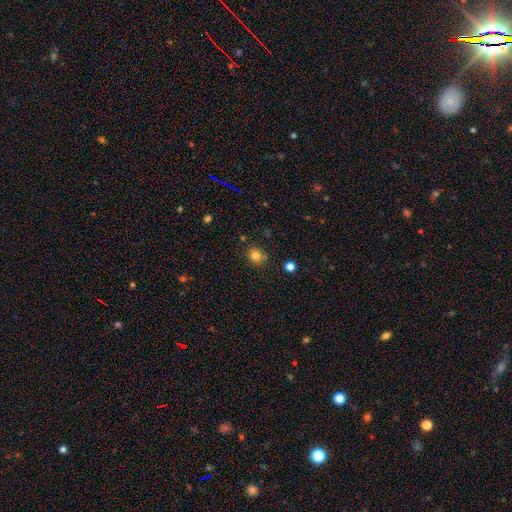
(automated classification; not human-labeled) Smooth or featured?
  - smooth: 80% *
  - star or artifact: 14%
  - featured or disk: 7%
How rounded?
  - round: 81% *
  - in between: 18%
  - cigar-shaped: 1%
Merging?
  - none: 77% *
  - minor disturbance: 14%
  - merger: 5%
  - major disturbance: 3%